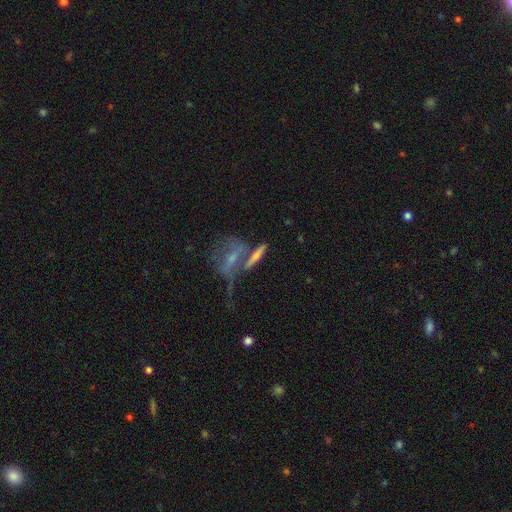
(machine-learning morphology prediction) smooth-or-featured: featured or disk: 50% | smooth: 38% | star or artifact: 12%
  disk-edge-on: yes: 62% | no: 38%
  merging: none: 41% | merger: 37% | minor disturbance: 13% | major disturbance: 9%